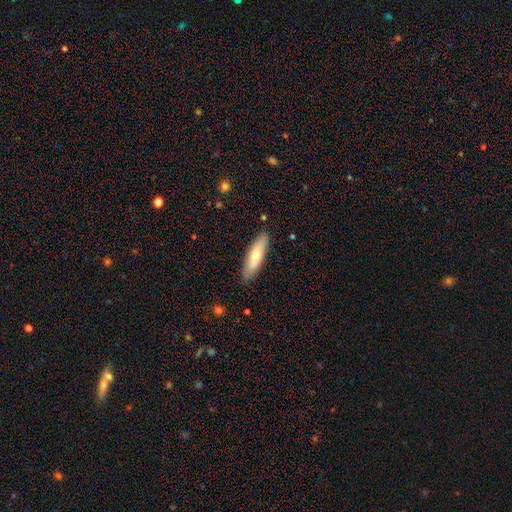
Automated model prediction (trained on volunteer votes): Q: Smooth or featured?
A: smooth (70%); runner-up: featured or disk (25%)
Q: How rounded?
A: cigar-shaped (66%); runner-up: in between (32%)
Q: Merging?
A: none (87%); runner-up: minor disturbance (10%)